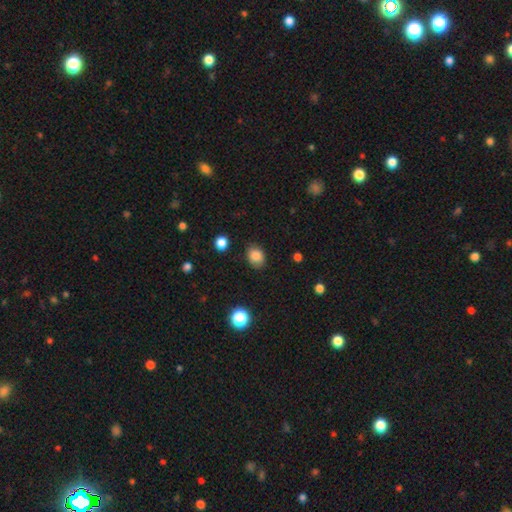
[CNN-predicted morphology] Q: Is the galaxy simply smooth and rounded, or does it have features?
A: smooth — 84%.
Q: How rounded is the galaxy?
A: in between — 55%.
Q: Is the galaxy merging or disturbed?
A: none — 82%.